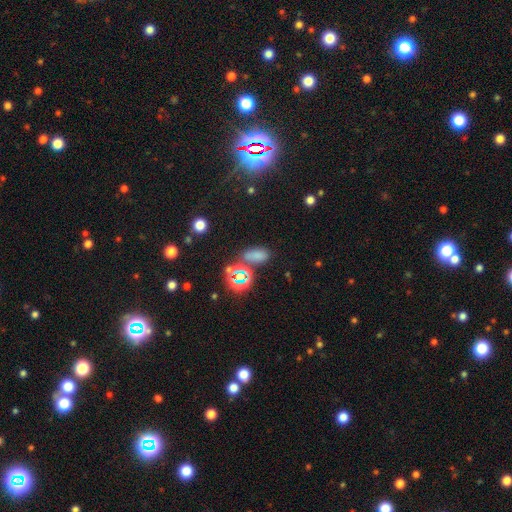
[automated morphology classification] type=smooth (60%); roundness=in between (81%); merging=none (66%).